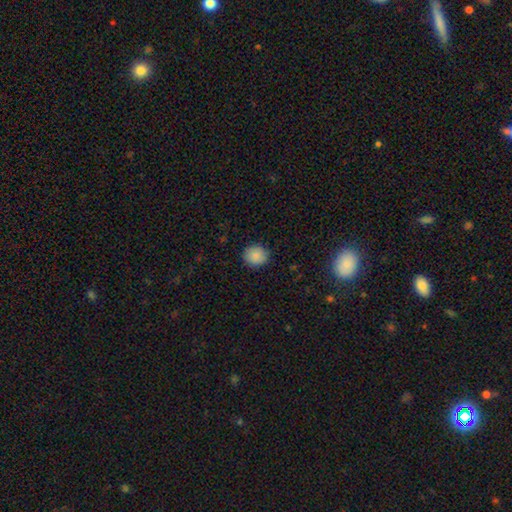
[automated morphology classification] smooth_or_featured: smooth (p=0.86) [alt: star or artifact p=0.08]
how_rounded: round (p=0.85) [alt: in between p=0.14]
merging: none (p=0.86) [alt: minor disturbance p=0.10]